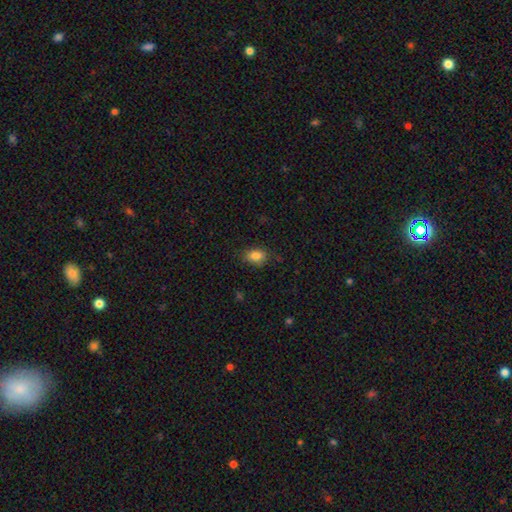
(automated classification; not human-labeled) Overall: smooth (84%). How rounded: in between (75%). Merging: none (81%).